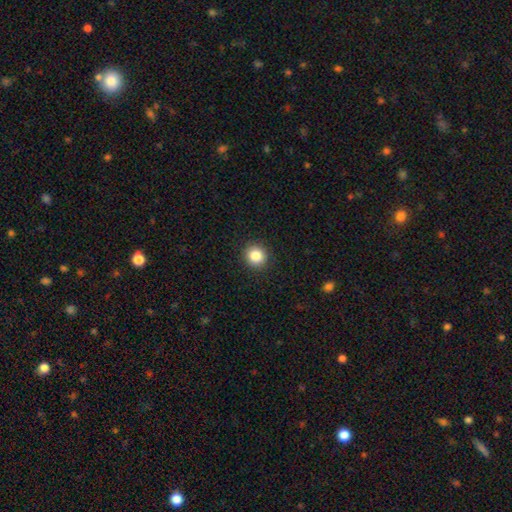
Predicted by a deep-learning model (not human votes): smooth_or_featured: smooth (p=0.85) [alt: star or artifact p=0.10]
how_rounded: round (p=0.92) [alt: in between p=0.07]
merging: none (p=0.92) [alt: minor disturbance p=0.05]